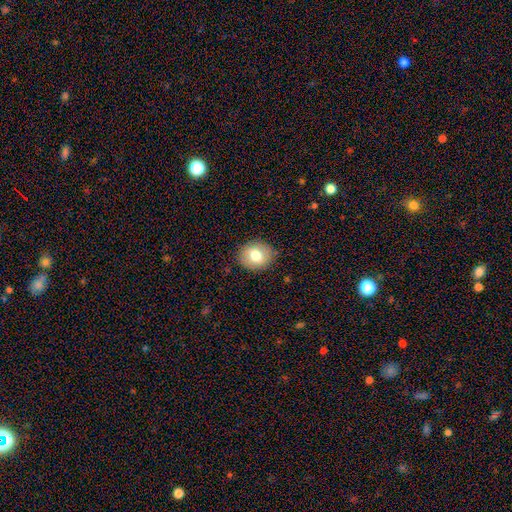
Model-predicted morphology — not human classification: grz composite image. It shows a smooth galaxy with no disk features (75%) that is round (66%). Merging: none (86%).